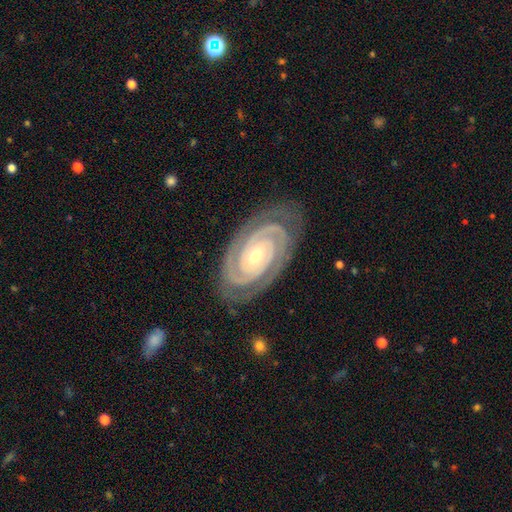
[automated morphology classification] This appears to be a featured or disk galaxy (93%) with no bar (65%), 2 (87%) tight (86%) spiral arms (99%) and a small central bulge (52%). Merging: none (84%).